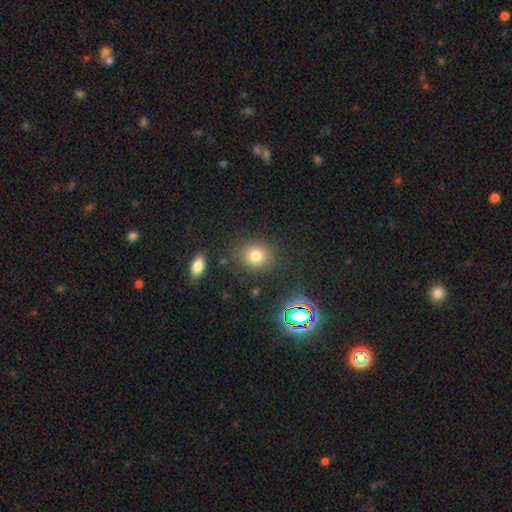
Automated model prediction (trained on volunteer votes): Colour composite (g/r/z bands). It shows a smooth galaxy with no disk features (76%) that is round (62%). Merging: none (83%).